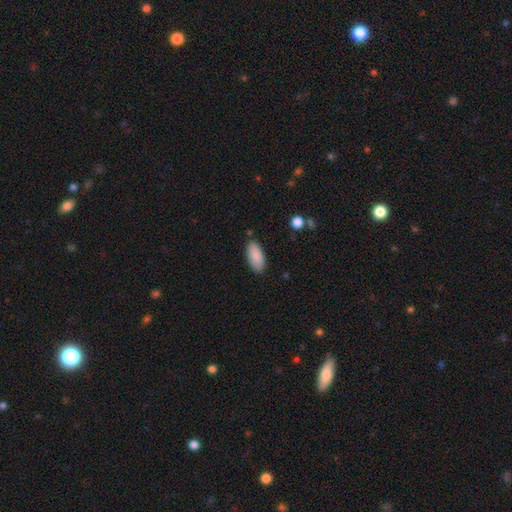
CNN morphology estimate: This is clearly a smooth galaxy (89%). How rounded: clearly in between (88%). Merging: clearly none (85%).